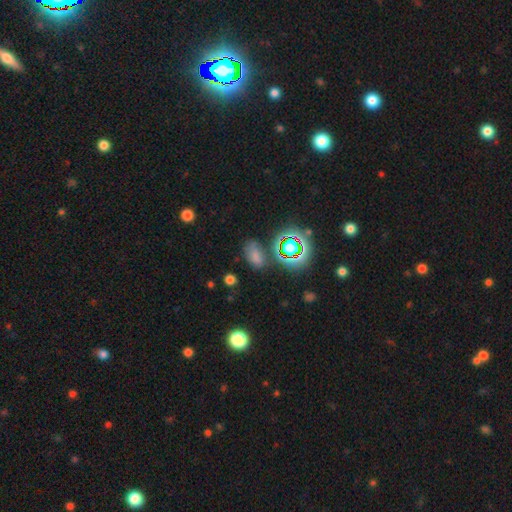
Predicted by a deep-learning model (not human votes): This is likely a smooth galaxy (64%). How rounded: clearly in between (85%). Merging: likely none (64%).